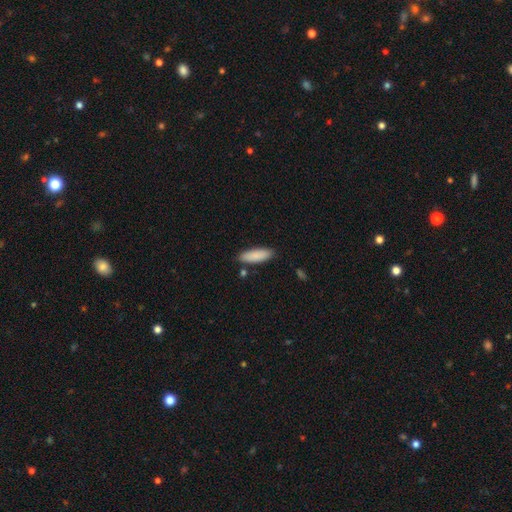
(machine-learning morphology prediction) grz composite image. It shows a smooth galaxy with no disk features (87%) that is in between round and cigar-shaped (51%). Merging: none (84%).